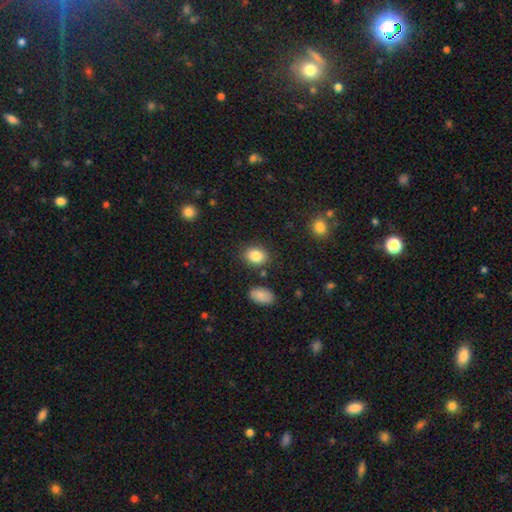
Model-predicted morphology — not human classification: Smooth or featured? smooth (85%)
How rounded? in between (63%)
Merging? none (83%)